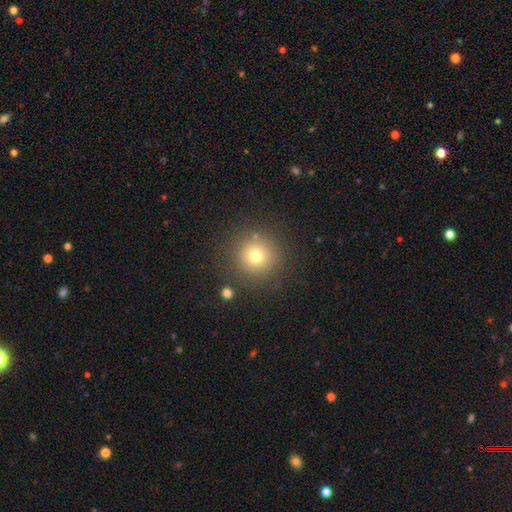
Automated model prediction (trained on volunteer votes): smooth_or_featured: smooth (p=0.74) [alt: star or artifact p=0.16]
how_rounded: round (p=0.95) [alt: in between p=0.04]
merging: none (p=0.86) [alt: minor disturbance p=0.08]